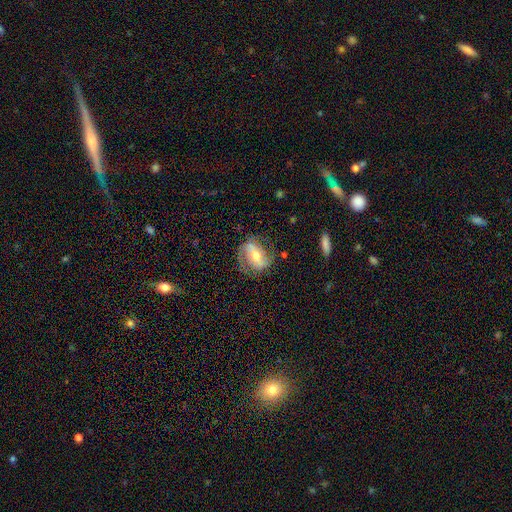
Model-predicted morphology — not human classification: A featured or disk galaxy (72%) with a strong bar (43%), 2 (83%) medium (43%) spiral arms (82%) and a moderate central bulge (66%).

Vote fractions:
- Smooth or featured? featured or disk: 72% / smooth: 21% / star or artifact: 7%
- Edge-on disk? no: 95% / yes: 5%
- Bar? strong: 43% / weak: 33% / no: 24%
- Spiral arms? yes: 82% / no: 18%
- Spiral winding? medium: 43% / tight: 30% / loose: 27%
- Spiral arm count? 2: 83% / can't tell: 9% / 1: 4% / 3: 1% / 4: 1% / more than 4: 1%
- Bulge size? moderate: 66% / small: 27% / large: 5% / none: 1% / dominant: 1%
- Merging? none: 71% / minor disturbance: 17% / major disturbance: 9% / merger: 2%